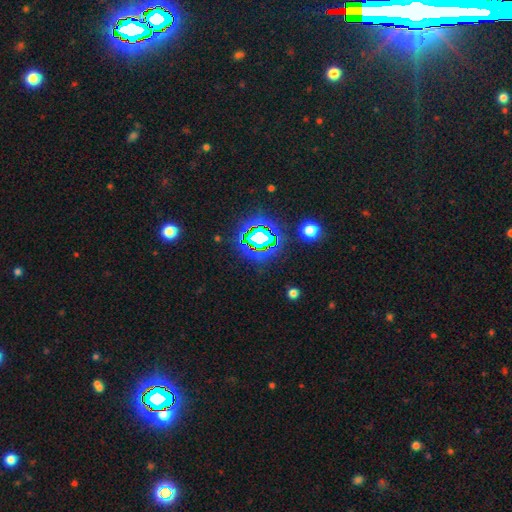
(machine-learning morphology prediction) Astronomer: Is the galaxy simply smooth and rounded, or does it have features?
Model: star or artifact — 81%.